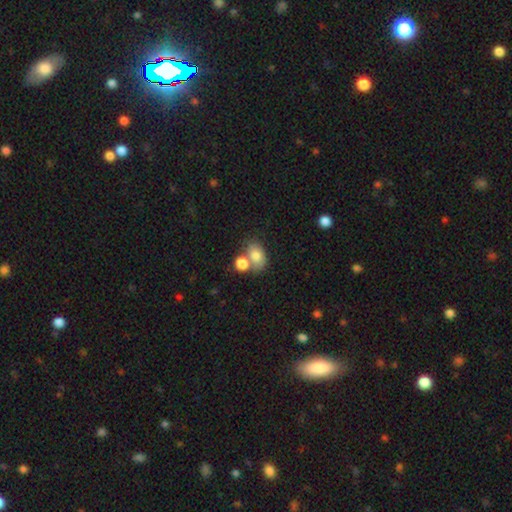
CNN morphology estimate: smooth 79%, featured or disk 11%, star or artifact 9%. Down the decision tree: how rounded — in between (76%); merging — none (45%).